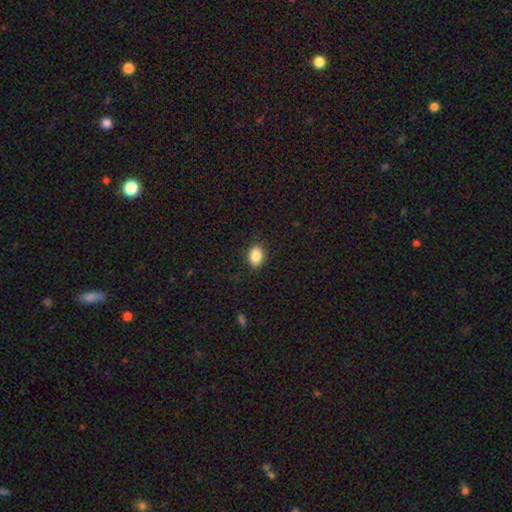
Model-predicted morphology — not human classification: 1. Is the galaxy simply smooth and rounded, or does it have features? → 88% smooth, 8% star or artifact, 4% featured or disk.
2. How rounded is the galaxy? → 74% in between, 24% round, 1% cigar-shaped.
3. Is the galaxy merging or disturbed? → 88% none, 9% minor disturbance, 2% major disturbance, 1% merger.